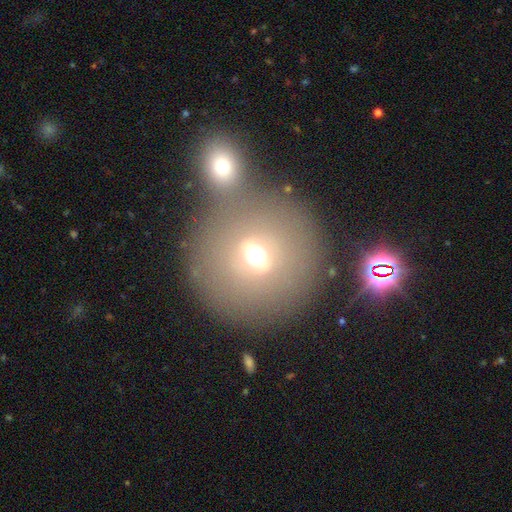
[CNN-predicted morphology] Smooth or featured: smooth — 64% (star or artifact — 20%)
How rounded: round — 80% (in between — 19%)
Merging: none — 59% (merger — 24%)